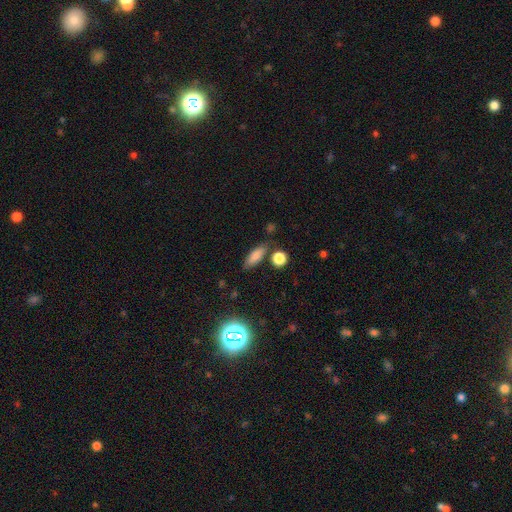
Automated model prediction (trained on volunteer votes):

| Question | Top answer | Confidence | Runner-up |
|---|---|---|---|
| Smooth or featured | smooth | 77% | featured or disk (13%) |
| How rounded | in between | 62% | cigar-shaped (33%) |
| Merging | none | 75% | minor disturbance (15%) |